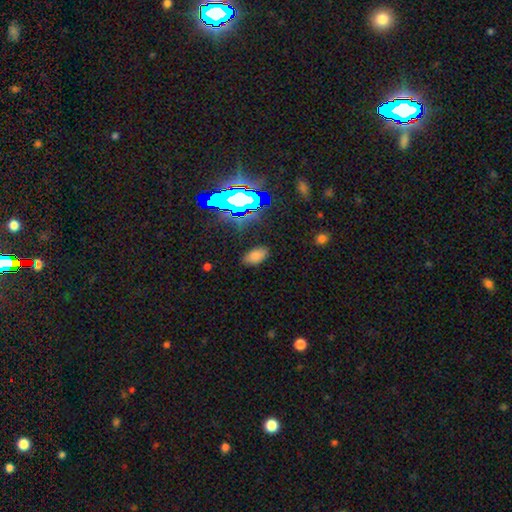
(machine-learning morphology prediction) Smooth or featured? Predicted: smooth (p=0.71). How rounded? Predicted: in between (p=0.92). Merging? Predicted: none (p=0.83).